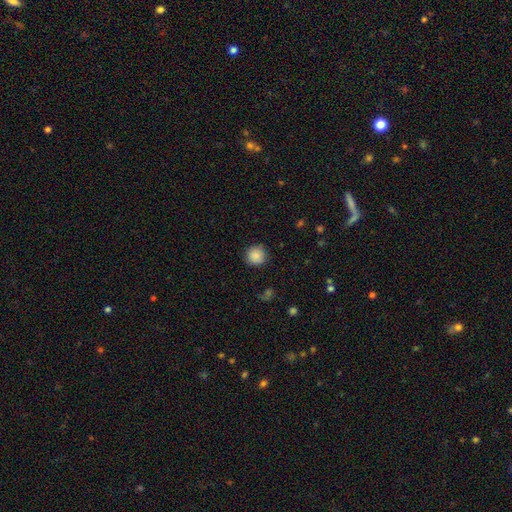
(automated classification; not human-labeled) Q: Smooth or featured?
A: smooth (87%); runner-up: star or artifact (9%)
Q: How rounded?
A: round (94%); runner-up: in between (5%)
Q: Merging?
A: none (86%); runner-up: minor disturbance (10%)